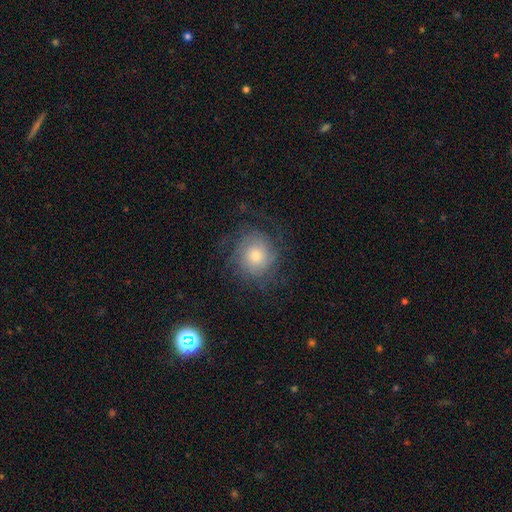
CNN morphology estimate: This is possibly a featured or disk galaxy (56%). It is clearly not viewed edge-on (97%). Bar: clearly no (82%). Spiral arm pattern: clearly yes (86%). Central bulge: possibly moderate (58%). Merging: likely none (71%).